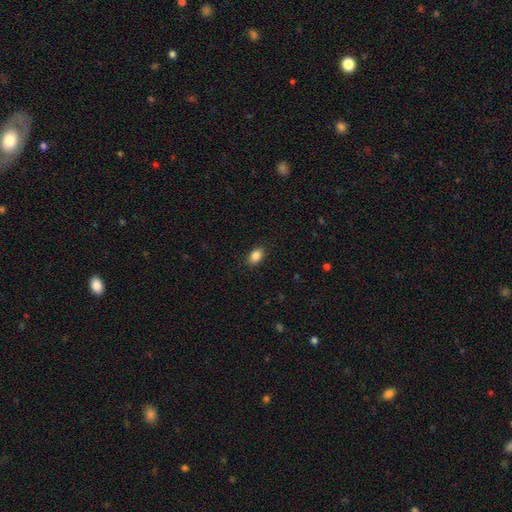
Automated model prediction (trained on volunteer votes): smooth-or-featured: smooth: 86% | star or artifact: 9% | featured or disk: 5%
  how-rounded: in between: 83% | round: 15% | cigar-shaped: 2%
  merging: none: 88% | minor disturbance: 8% | major disturbance: 2% | merger: 1%